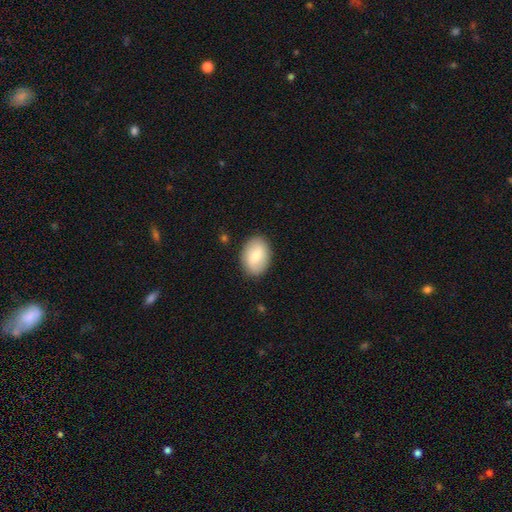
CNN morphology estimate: smooth-or-featured: smooth: 70% | featured or disk: 24% | star or artifact: 6%
  how-rounded: in between: 77% | round: 22% | cigar-shaped: 1%
  merging: none: 88% | minor disturbance: 9% | major disturbance: 2% | merger: 1%